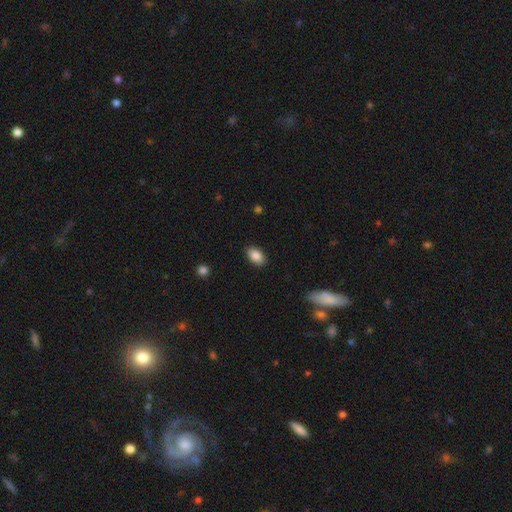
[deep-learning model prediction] This is clearly a smooth galaxy (87%). How rounded: clearly in between (92%). Merging: clearly none (87%).